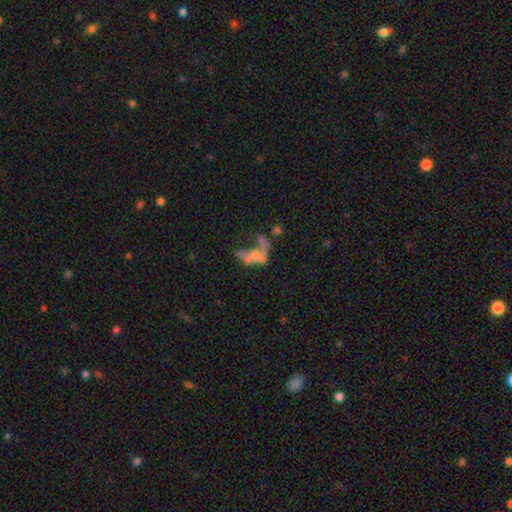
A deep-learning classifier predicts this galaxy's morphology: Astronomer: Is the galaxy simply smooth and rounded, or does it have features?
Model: featured or disk — 52% (runner-up: smooth, 30%).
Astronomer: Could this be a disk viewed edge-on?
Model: no — 93%.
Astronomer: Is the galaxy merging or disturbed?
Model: merger — 37%, tied with major disturbance at 37%.